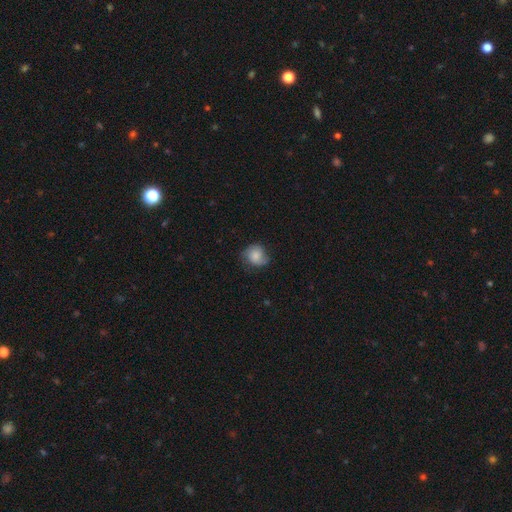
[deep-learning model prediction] Overall: smooth (64%; featured or disk 28%). How rounded: round (75%). Merging: none (63%; minor disturbance 27%).